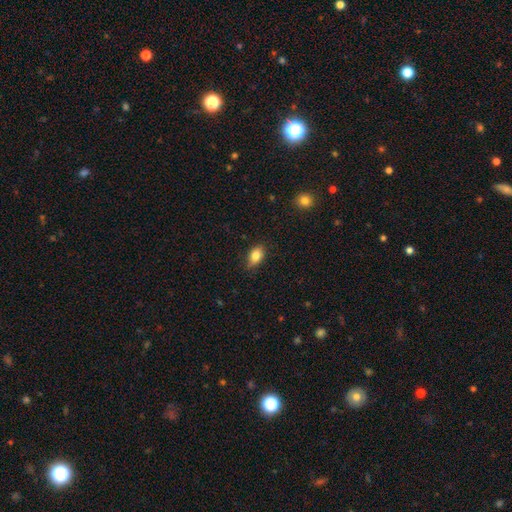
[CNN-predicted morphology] This is clearly a smooth galaxy (82%). How rounded: clearly in between (87%). Merging: clearly none (81%).